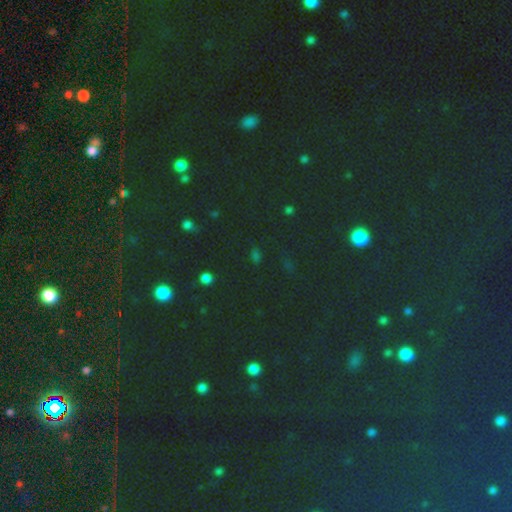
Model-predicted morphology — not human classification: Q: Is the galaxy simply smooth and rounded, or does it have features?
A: star or artifact — 73%.